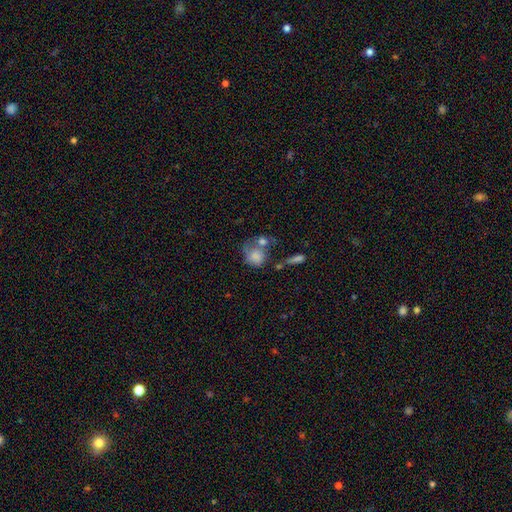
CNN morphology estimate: smooth 74%, featured or disk 18%, star or artifact 9%. Down the decision tree: how rounded — round (64%); merging — merger (36%).